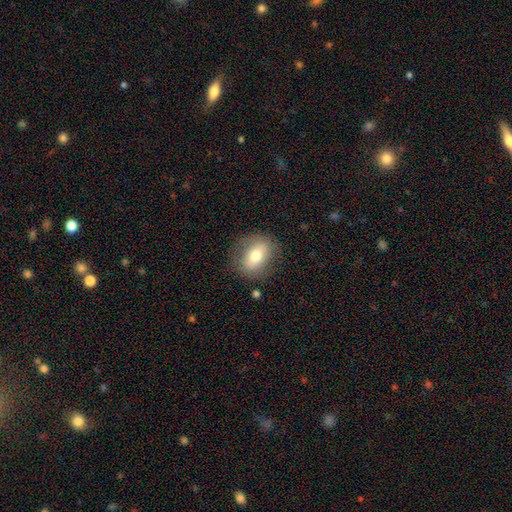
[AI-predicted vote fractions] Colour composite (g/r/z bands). It shows a smooth galaxy with no disk features (62%) that is in between round and cigar-shaped (64%). Merging: none (80%).